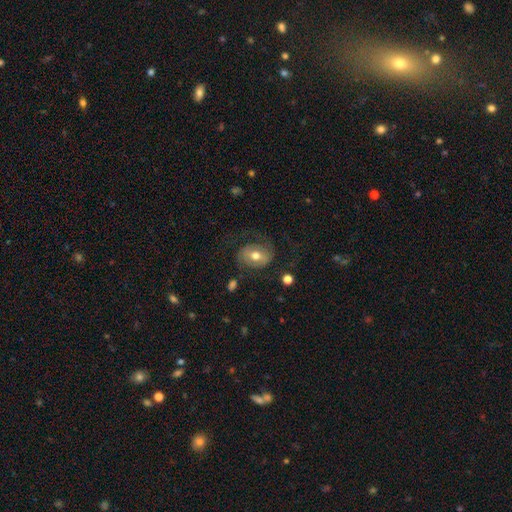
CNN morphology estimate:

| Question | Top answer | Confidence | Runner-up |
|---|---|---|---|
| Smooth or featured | featured or disk | 57% | smooth (35%) |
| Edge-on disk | no | 96% | yes (4%) |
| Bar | no | 52% | weak (35%) |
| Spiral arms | yes | 79% | no (21%) |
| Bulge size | moderate | 76% | small (12%) |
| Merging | none | 61% | minor disturbance (19%) |